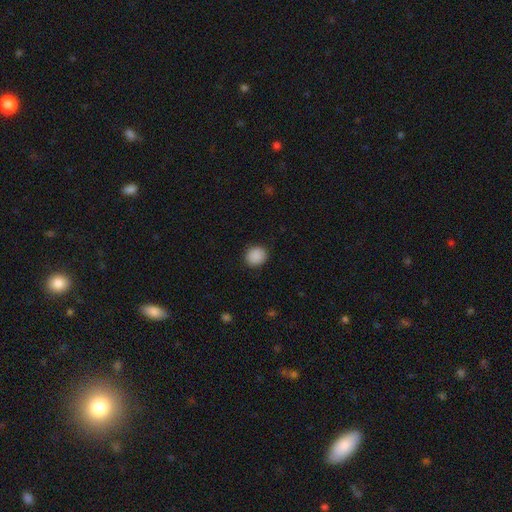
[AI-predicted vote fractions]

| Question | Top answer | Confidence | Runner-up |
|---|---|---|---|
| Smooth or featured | smooth | 89% | star or artifact (8%) |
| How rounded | round | 81% | in between (18%) |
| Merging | none | 89% | minor disturbance (8%) |